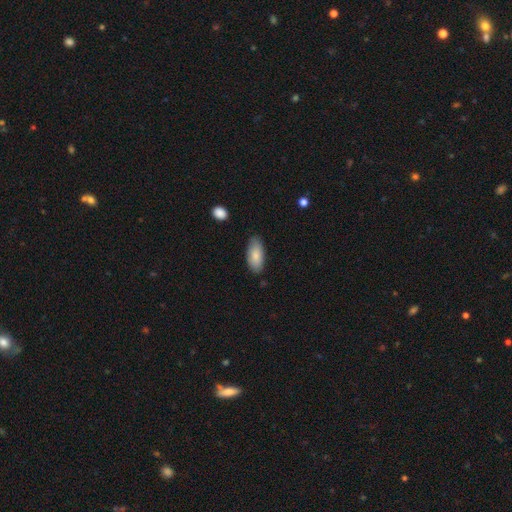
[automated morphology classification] This appears to be a smooth galaxy with no disk features (83%) that is in between round and cigar-shaped (89%). Merging: none (78%).